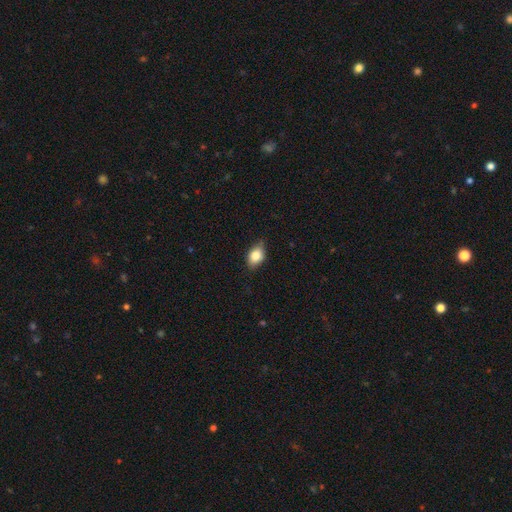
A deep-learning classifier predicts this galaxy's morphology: This is clearly a smooth galaxy (81%). How rounded: likely in between (77%). Merging: likely none (76%).